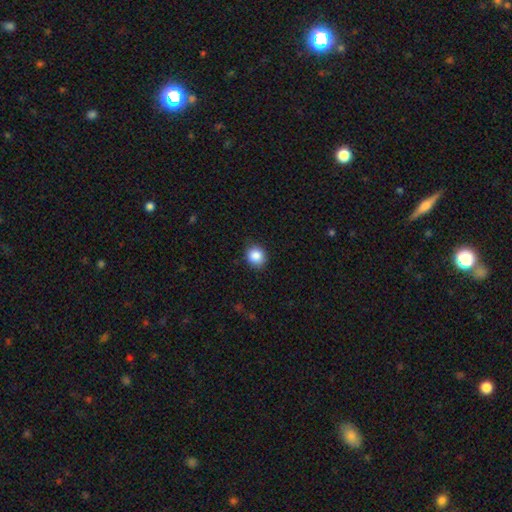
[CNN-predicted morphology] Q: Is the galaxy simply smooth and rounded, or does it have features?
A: smooth — 87%.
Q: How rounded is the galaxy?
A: round — 77%.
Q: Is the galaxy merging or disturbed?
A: none — 86%.